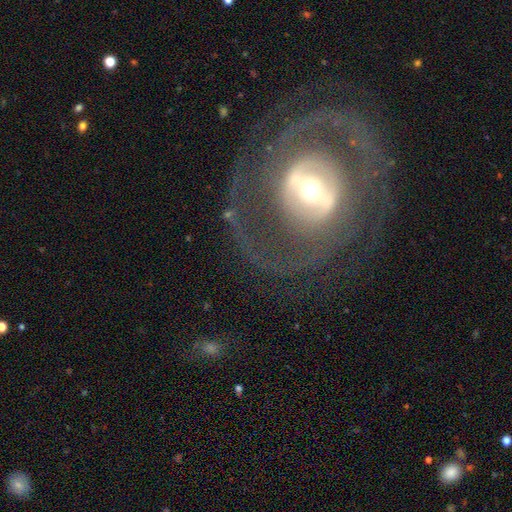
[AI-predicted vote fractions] This appears to be a featured or disk galaxy (82%) with no bar (37%), 2 (66%) tight (44%) spiral arms (80%) and a moderate central bulge (53%). Merging: none (72%).